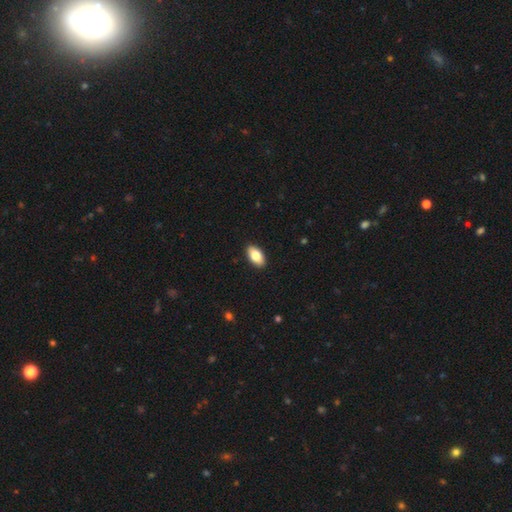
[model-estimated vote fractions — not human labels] Smooth or featured? smooth (82%)
How rounded? in between (93%)
Merging? none (91%)